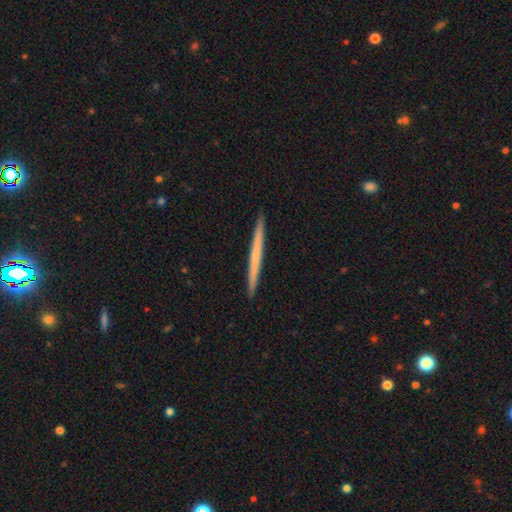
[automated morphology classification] This appears to be a smooth galaxy with no disk features (50%). Merging: none (93%).